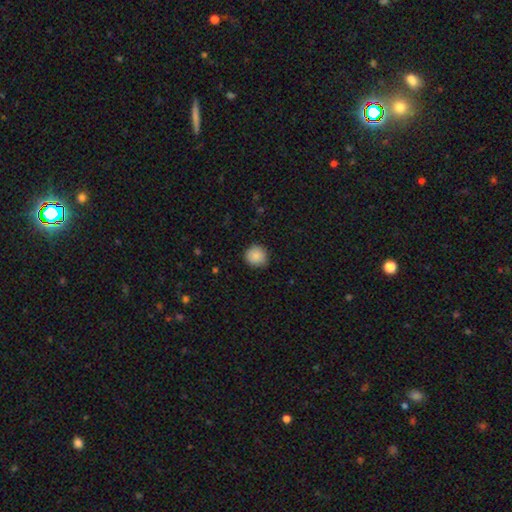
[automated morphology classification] Overall: smooth (89%). How rounded: round (91%). Merging: none (88%).